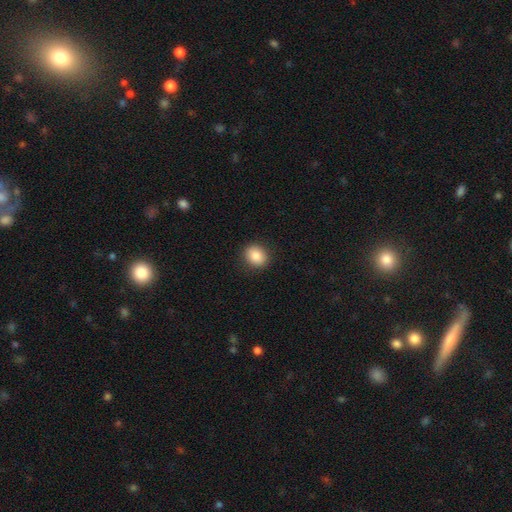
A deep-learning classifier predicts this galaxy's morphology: A smooth galaxy with no disk features (85%) that is round (63%). Merging: none (90%).